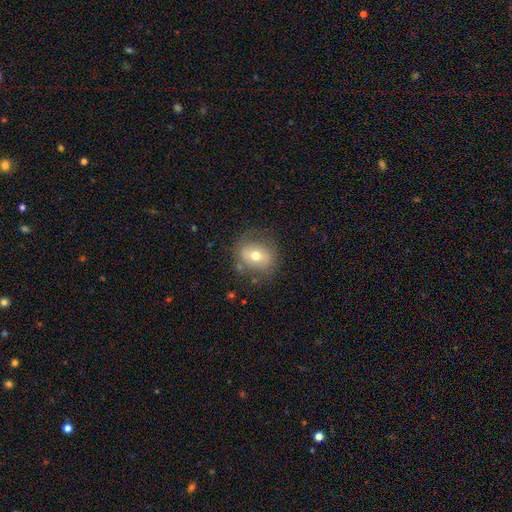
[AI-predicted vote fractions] smooth 55%, featured or disk 36%, star or artifact 9%. Down the decision tree: how rounded — round (59%); merging — none (73%).